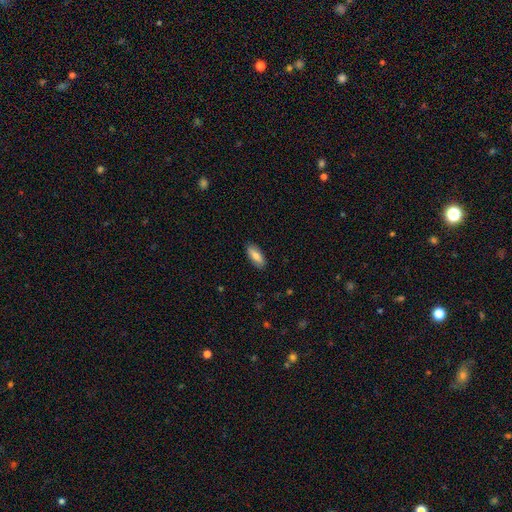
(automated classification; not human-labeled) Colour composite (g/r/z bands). It shows a smooth galaxy with no disk features (77%) that is in between round and cigar-shaped (78%). Merging: none (88%).